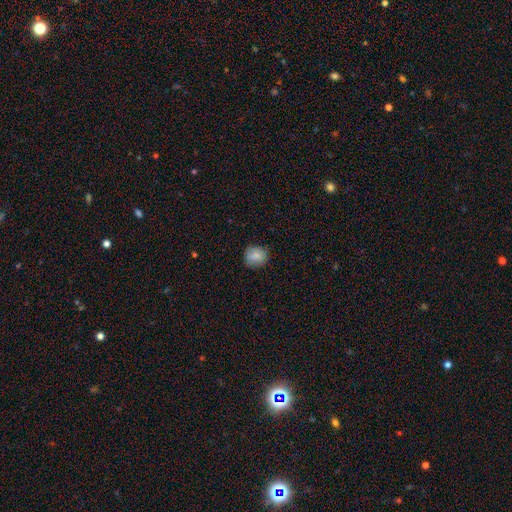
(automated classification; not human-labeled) Morphology: type=smooth (81%); roundness=round (81%); merging=none (82%).